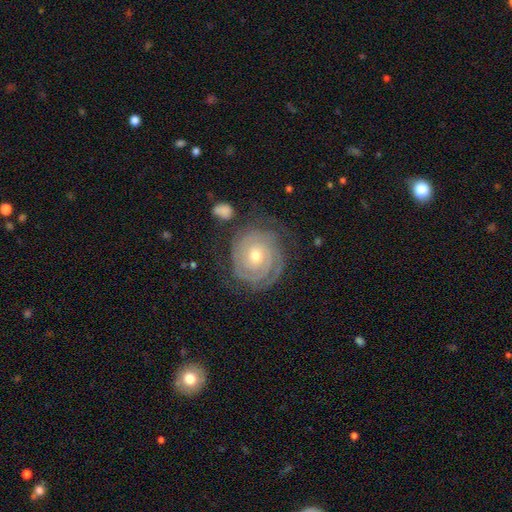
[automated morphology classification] Smooth or featured? Predicted: featured or disk (p=0.86). Edge-on disk? Predicted: no (p=0.97). Bar? Predicted: no (p=0.73). Spiral arms? Predicted: yes (p=0.96). Spiral winding? Predicted: tight (p=0.86). Spiral arm count? Predicted: 2 (p=0.35). Bulge size? Predicted: moderate (p=0.51). Merging? Predicted: none (p=0.73).